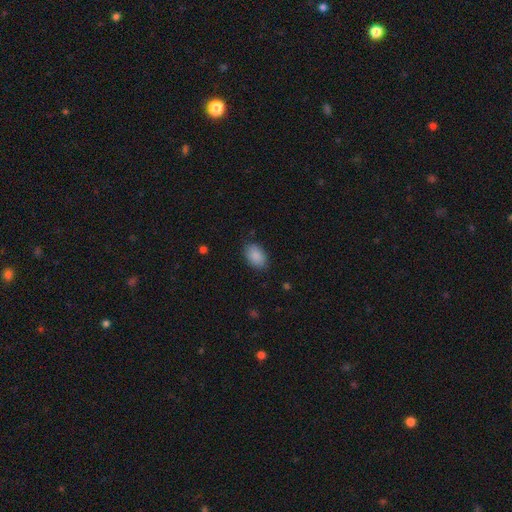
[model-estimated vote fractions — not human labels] A smooth galaxy with no disk features (88%) that is in between round and cigar-shaped (88%).

Vote fractions:
- Smooth or featured? smooth: 88% / star or artifact: 7% / featured or disk: 4%
- How rounded? in between: 88% / round: 10% / cigar-shaped: 1%
- Merging? none: 83% / minor disturbance: 13% / major disturbance: 3% / merger: 1%